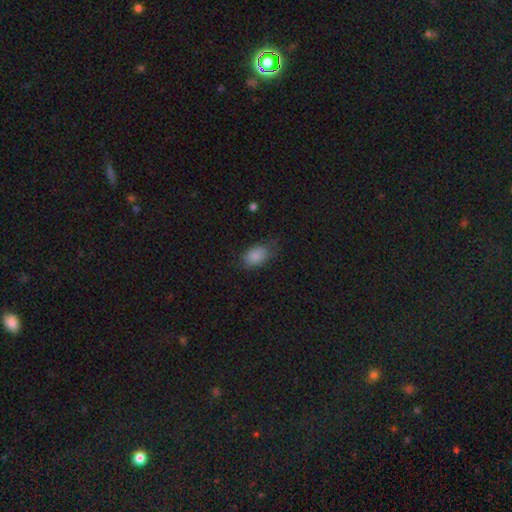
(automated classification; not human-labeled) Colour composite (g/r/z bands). It shows a smooth galaxy with no disk features (86%) that is in between round and cigar-shaped (88%). Merging: none (67%).